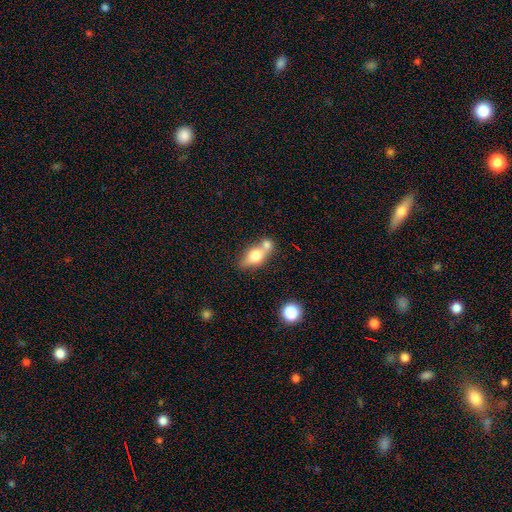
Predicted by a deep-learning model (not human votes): Smooth or featured: smooth — 67% (featured or disk — 25%)
How rounded: in between — 70% (round — 18%)
Merging: merger — 53% (none — 32%)